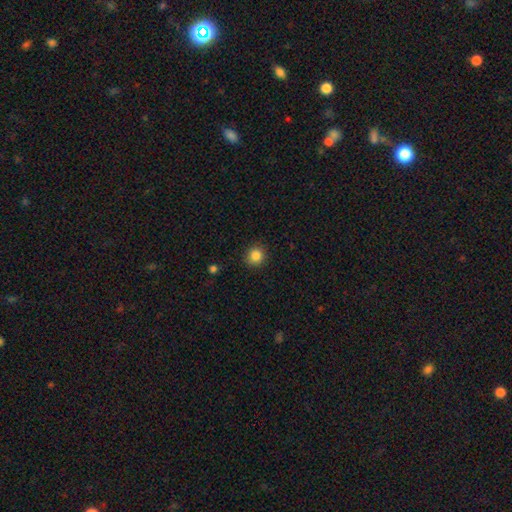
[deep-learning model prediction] Smooth or featured? smooth (85%)
How rounded? round (90%)
Merging? none (91%)